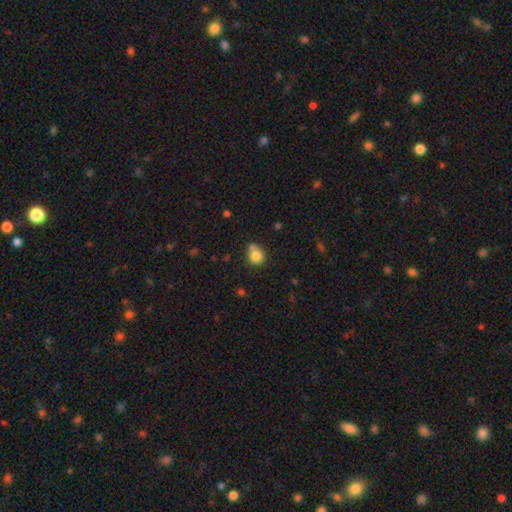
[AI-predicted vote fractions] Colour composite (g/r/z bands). It shows a smooth galaxy with no disk features (81%) that is round (83%). Merging: none (53%).